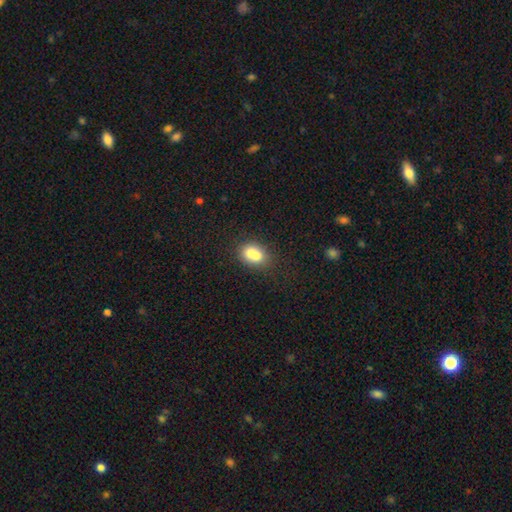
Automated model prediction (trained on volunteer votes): Morphology: type=smooth (73%); roundness=in between (64%); merging=none (42%).